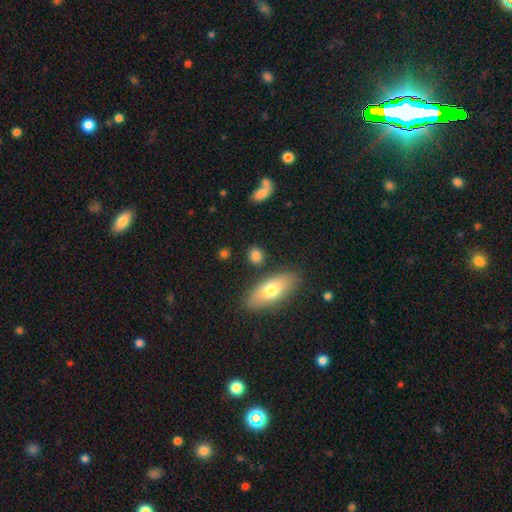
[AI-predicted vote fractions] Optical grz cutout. It shows a smooth galaxy with no disk features (82%) that is round (52%). Merging: none (79%).